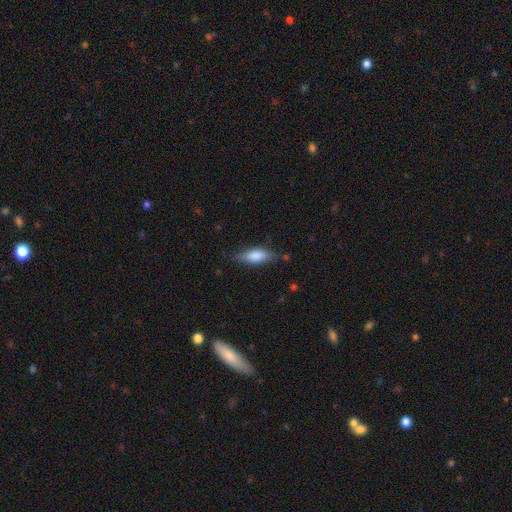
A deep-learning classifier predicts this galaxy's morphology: This appears to be a smooth galaxy with no disk features (77%) that is in between round and cigar-shaped (69%). Merging: none (74%).